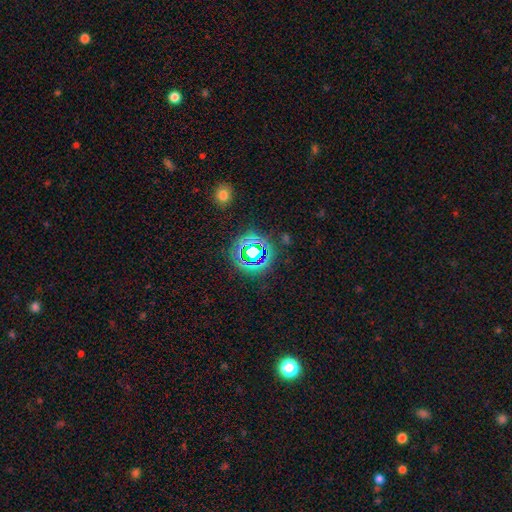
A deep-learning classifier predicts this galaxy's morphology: This is likely a star or artifact rather than a galaxy (67%).